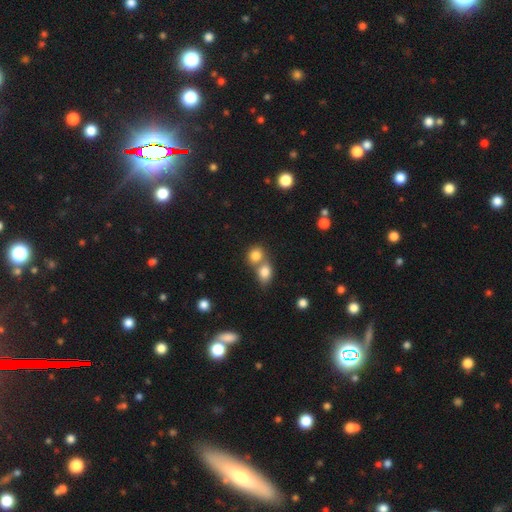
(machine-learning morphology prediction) smooth-or-featured: smooth: 82% | star or artifact: 10% | featured or disk: 8%
  how-rounded: round: 69% | in between: 30% | cigar-shaped: 1%
  merging: merger: 55% | none: 36% | minor disturbance: 7% | major disturbance: 3%